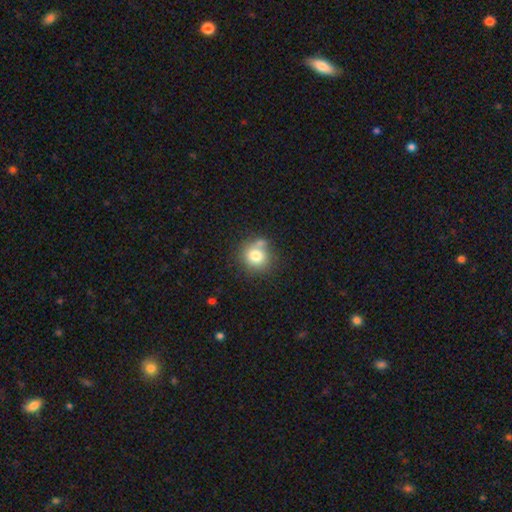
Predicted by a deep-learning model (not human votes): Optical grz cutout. It shows a smooth galaxy with no disk features (78%) that is round (83%). Merging: none (63%).